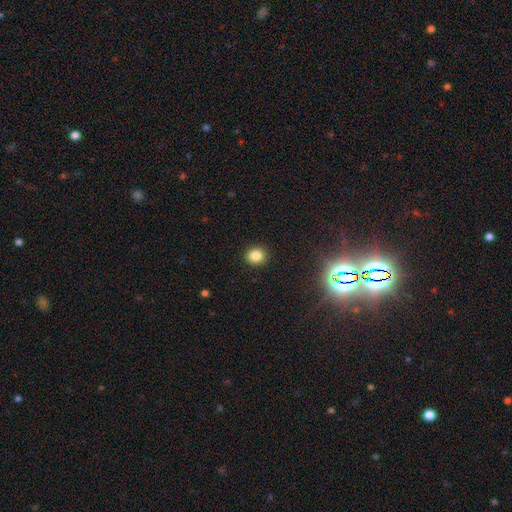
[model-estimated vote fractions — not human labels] smooth_or_featured: smooth (p=0.83) [alt: star or artifact p=0.12]
how_rounded: round (p=0.85) [alt: in between p=0.14]
merging: none (p=0.92) [alt: minor disturbance p=0.05]